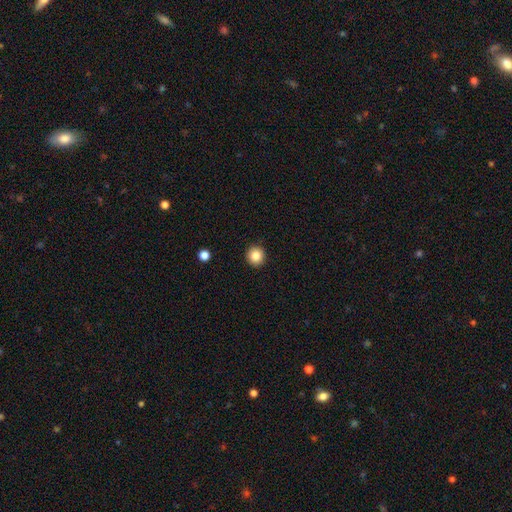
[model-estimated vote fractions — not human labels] Smooth or featured? Predicted: smooth (p=0.84). How rounded? Predicted: round (p=0.94). Merging? Predicted: none (p=0.93).